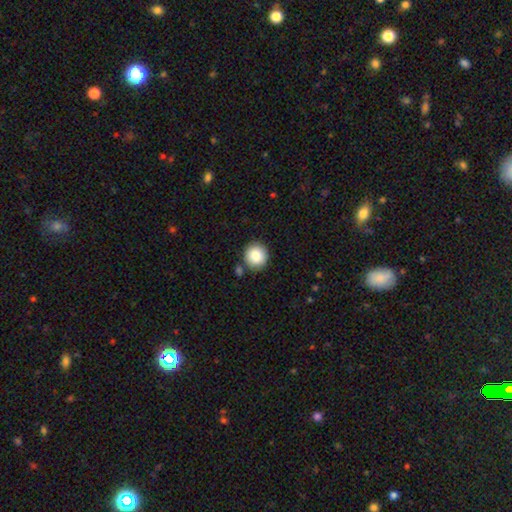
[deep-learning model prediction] The model was most divided on "merging": none: 83%, minor disturbance: 8%, merger: 7%, major disturbance: 2%. More confident: how rounded — round (93%); smooth or featured — smooth (84%).